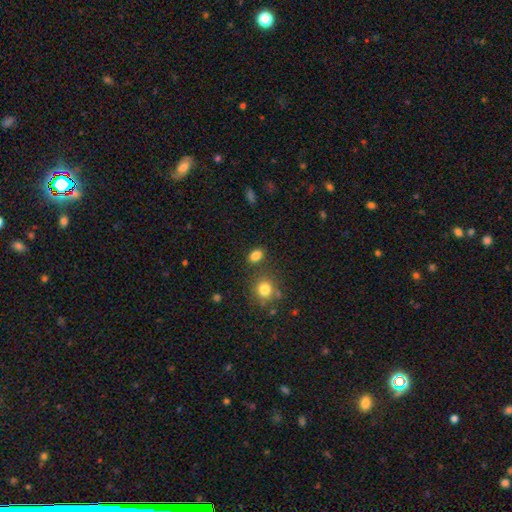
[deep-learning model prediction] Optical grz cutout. It shows a smooth galaxy with no disk features (84%) that is in between round and cigar-shaped (76%). Merging: none (77%).